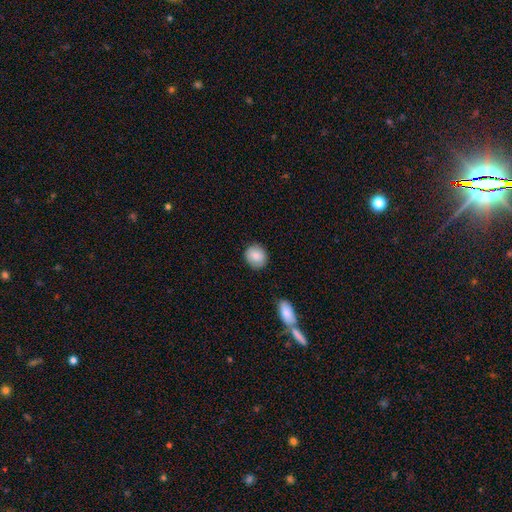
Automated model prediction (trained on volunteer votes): smooth 87%, star or artifact 7%, featured or disk 6%. Down the decision tree: how rounded — round (78%); merging — none (87%).